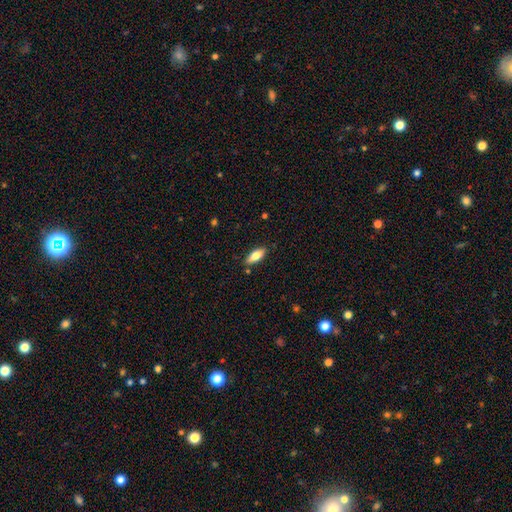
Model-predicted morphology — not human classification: type=smooth (74%); roundness=in between (73%); merging=none (85%).